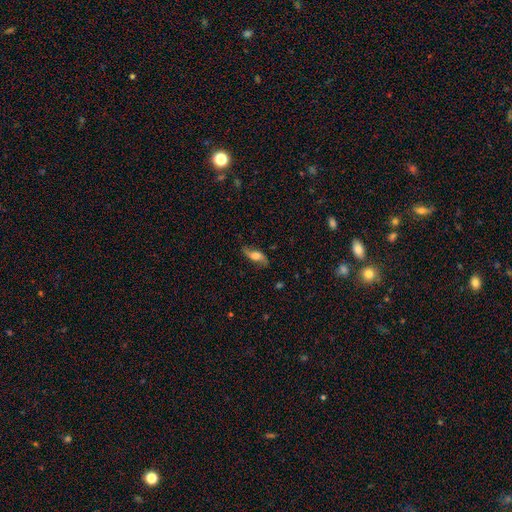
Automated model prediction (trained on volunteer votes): Smooth or featured? featured or disk (59%)
Edge-on disk? no (76%)
Merging? none (76%)